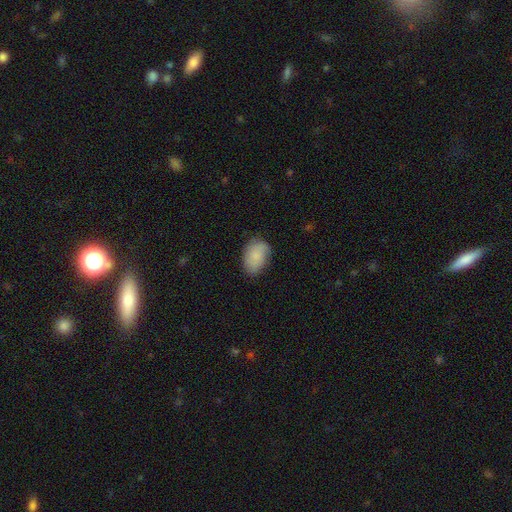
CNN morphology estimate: Overall: smooth (78%). How rounded: in between (85%). Merging: none (71%).